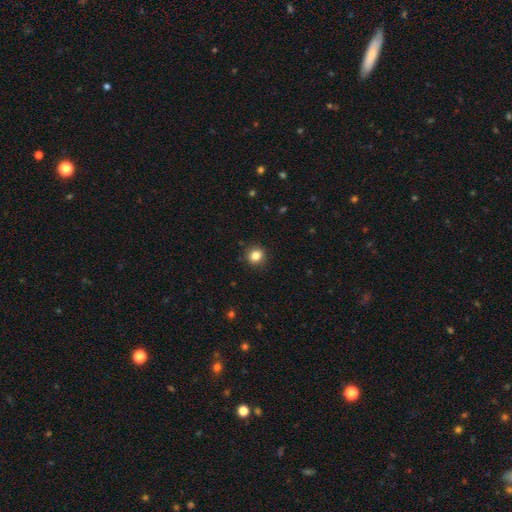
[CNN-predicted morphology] This is clearly a smooth galaxy (84%). How rounded: clearly round (80%). Merging: clearly none (90%).